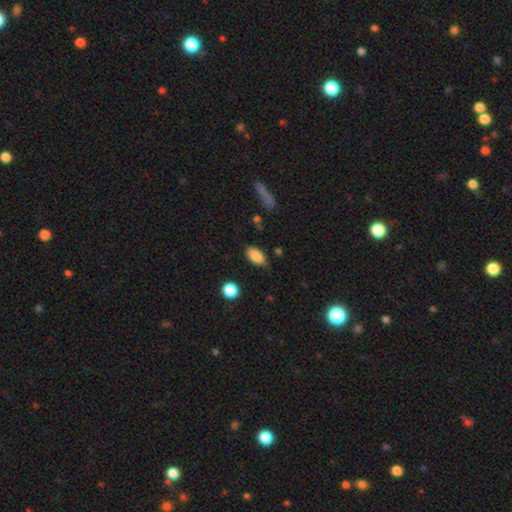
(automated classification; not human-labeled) Q: Smooth or featured?
A: smooth (85%); runner-up: star or artifact (8%)
Q: How rounded?
A: in between (92%); runner-up: round (5%)
Q: Merging?
A: none (78%); runner-up: minor disturbance (17%)